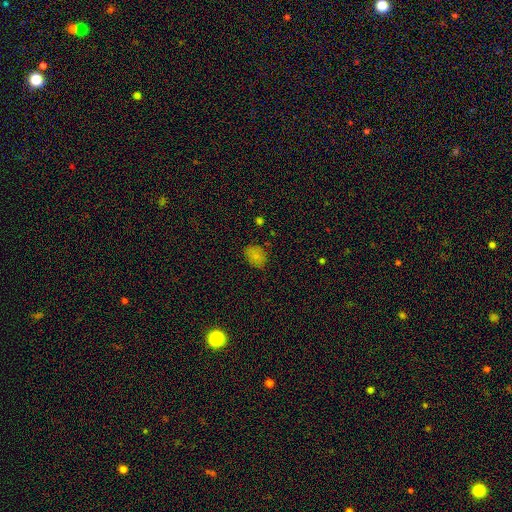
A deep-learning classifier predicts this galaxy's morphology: smooth 80%, star or artifact 13%, featured or disk 7%. Down the decision tree: how rounded — in between (68%); merging — none (78%).